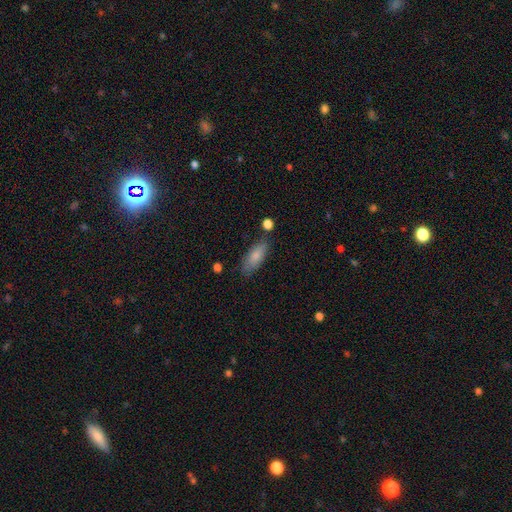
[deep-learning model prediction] Q: Smooth or featured?
A: smooth (81%); runner-up: featured or disk (12%)
Q: How rounded?
A: in between (74%); runner-up: cigar-shaped (23%)
Q: Merging?
A: none (77%); runner-up: minor disturbance (15%)